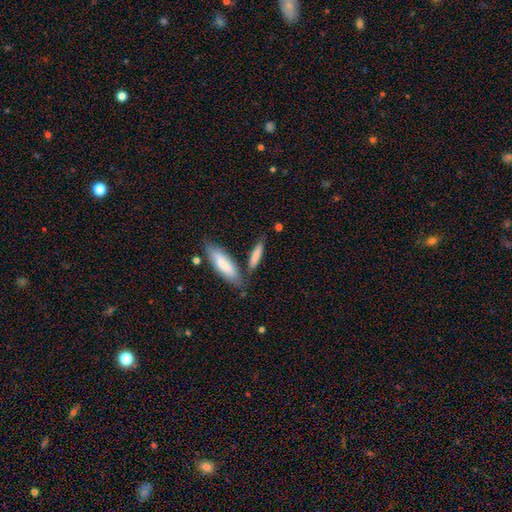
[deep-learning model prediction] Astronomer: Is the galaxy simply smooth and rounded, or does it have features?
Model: smooth — 79%.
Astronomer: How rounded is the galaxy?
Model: cigar-shaped — 74%.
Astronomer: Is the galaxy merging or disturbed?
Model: none — 66%.